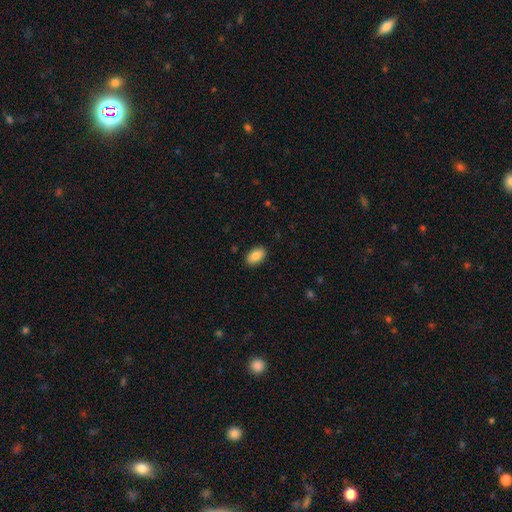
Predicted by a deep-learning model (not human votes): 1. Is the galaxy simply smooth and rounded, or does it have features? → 85% smooth, 8% featured or disk, 7% star or artifact.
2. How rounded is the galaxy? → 92% in between, 7% round, 1% cigar-shaped.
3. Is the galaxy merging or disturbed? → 89% none, 8% minor disturbance, 2% major disturbance, 1% merger.